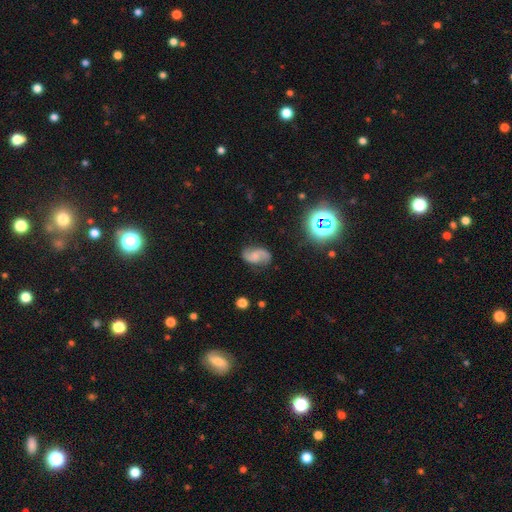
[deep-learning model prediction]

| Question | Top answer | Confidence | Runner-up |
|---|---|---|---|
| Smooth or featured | featured or disk | 74% | smooth (17%) |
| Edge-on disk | no | 97% | yes (3%) |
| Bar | no | 53% | weak (39%) |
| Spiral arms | yes | 95% | no (5%) |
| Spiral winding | loose | 44% | medium (43%) |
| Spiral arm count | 2 | 91% | can't tell (4%) |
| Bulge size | small | 37% | none (29%) |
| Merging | none | 76% | minor disturbance (16%) |